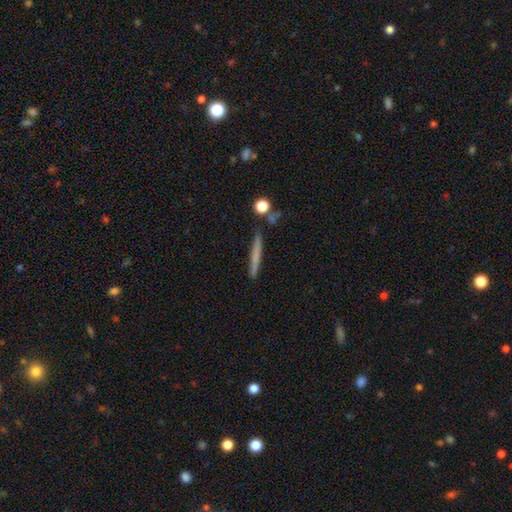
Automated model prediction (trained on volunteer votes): smooth-or-featured: smooth: 60% | featured or disk: 33% | star or artifact: 8%
  how-rounded: cigar-shaped: 94% | in between: 3% | round: 3%
  merging: none: 84% | minor disturbance: 9% | merger: 5% | major disturbance: 2%